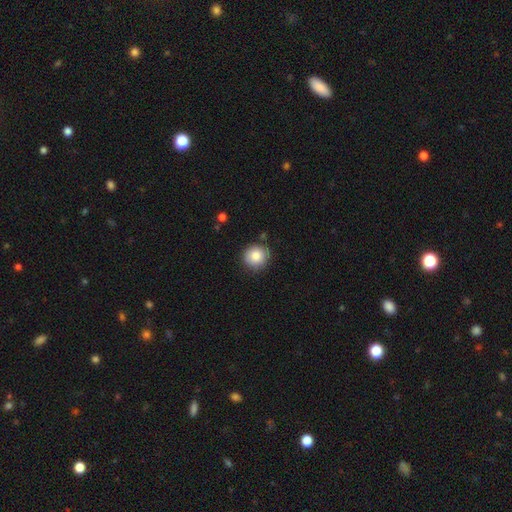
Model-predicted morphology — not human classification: type=smooth (84%); roundness=round (92%); merging=none (85%).